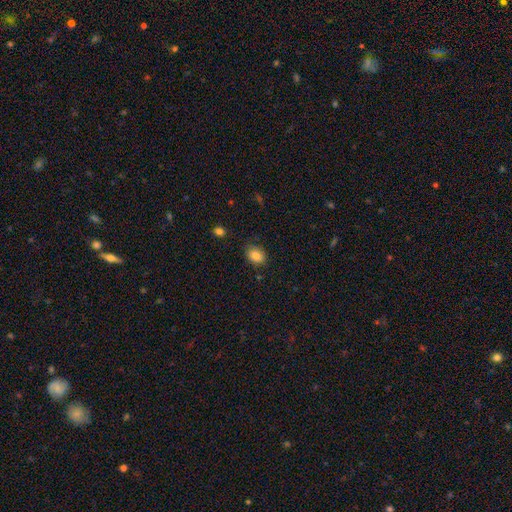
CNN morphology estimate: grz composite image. It shows a smooth galaxy with no disk features (85%) that is in between round and cigar-shaped (67%). Merging: none (81%).